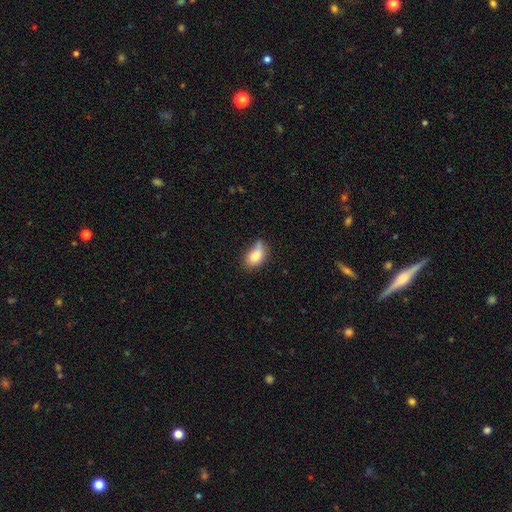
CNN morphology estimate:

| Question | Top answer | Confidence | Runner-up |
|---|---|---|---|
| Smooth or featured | smooth | 80% | featured or disk (11%) |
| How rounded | in between | 86% | round (12%) |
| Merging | none | 41% | minor disturbance (38%) |